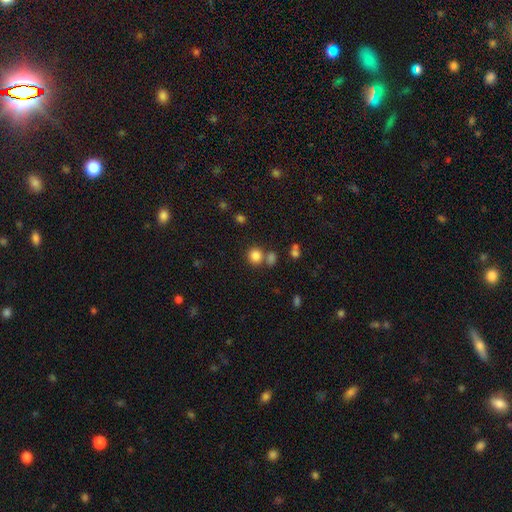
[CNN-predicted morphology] smooth 82%, star or artifact 12%, featured or disk 5%. Down the decision tree: how rounded — round (84%); merging — none (65%).